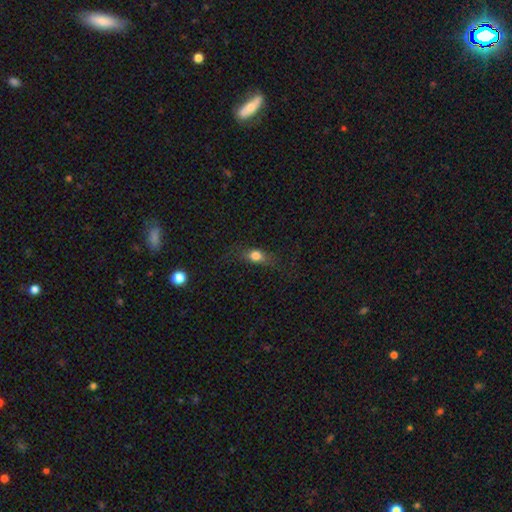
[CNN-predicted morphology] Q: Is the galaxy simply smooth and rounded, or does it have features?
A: smooth — 74%.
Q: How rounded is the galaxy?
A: in between — 58%.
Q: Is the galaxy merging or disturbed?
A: none — 68%.